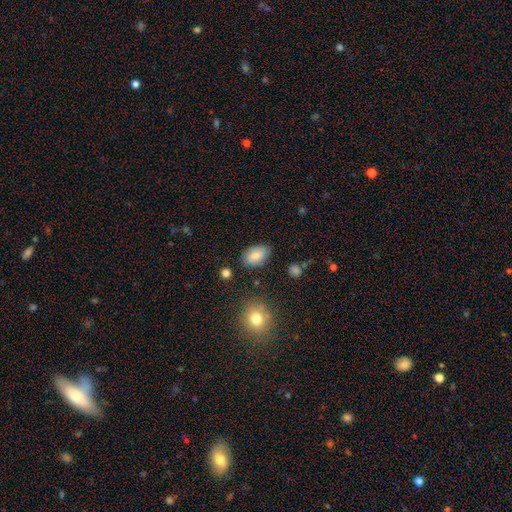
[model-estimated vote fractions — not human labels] The model was most divided on "merging": none: 79%, minor disturbance: 15%, major disturbance: 3%, merger: 2%. More confident: how rounded — in between (88%); smooth or featured — smooth (80%).